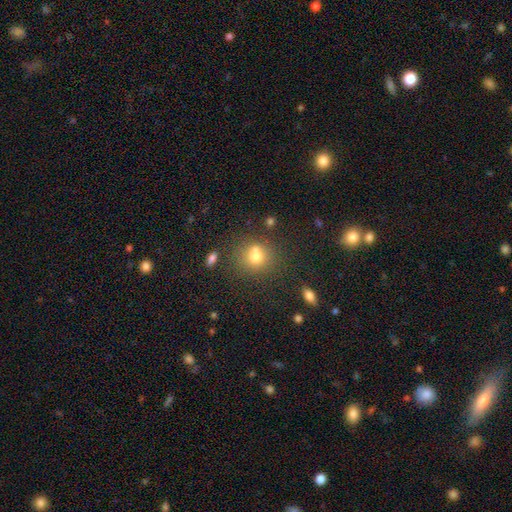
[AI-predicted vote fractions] Q: Smooth or featured?
A: smooth (70%); runner-up: star or artifact (16%)
Q: How rounded?
A: round (76%); runner-up: in between (23%)
Q: Merging?
A: none (53%); runner-up: merger (29%)